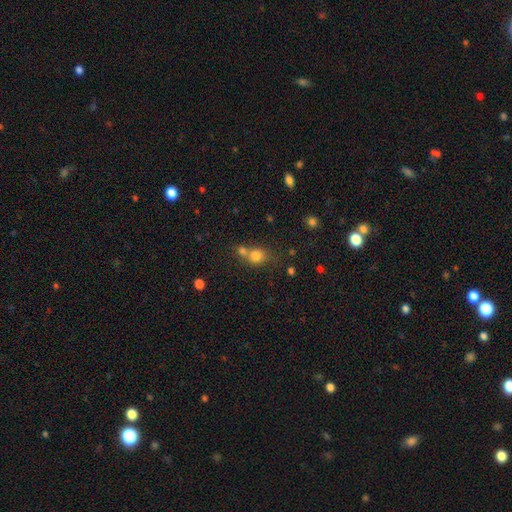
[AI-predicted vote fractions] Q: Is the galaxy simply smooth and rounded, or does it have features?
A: smooth — 77%.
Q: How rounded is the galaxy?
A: round — 72%.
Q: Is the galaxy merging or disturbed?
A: merger — 47%.